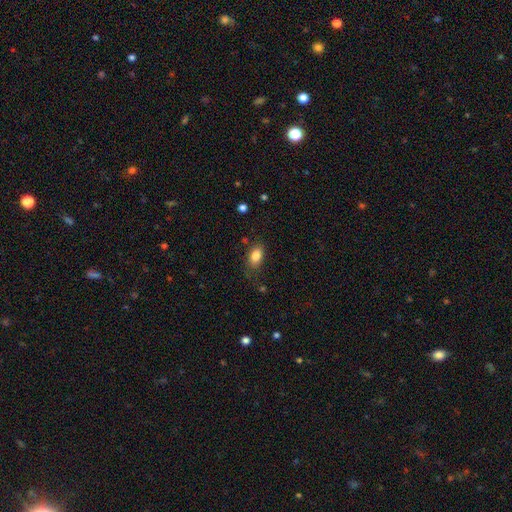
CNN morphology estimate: type=smooth (84%); roundness=in between (87%); merging=none (74%).